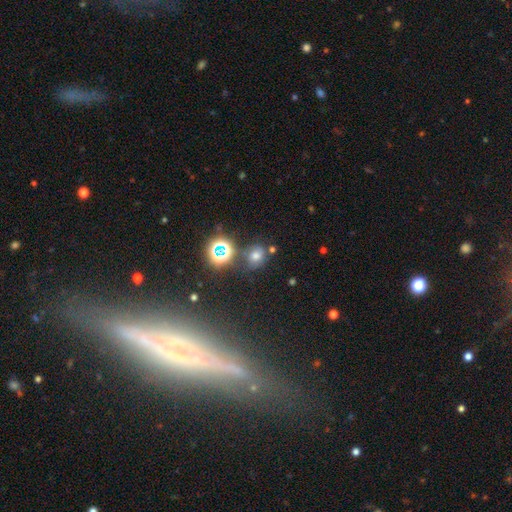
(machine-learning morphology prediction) The model was most divided on "smooth or featured": smooth: 59%, star or artifact: 30%, featured or disk: 11%. More confident: merging — none (69%); how rounded — round (65%).